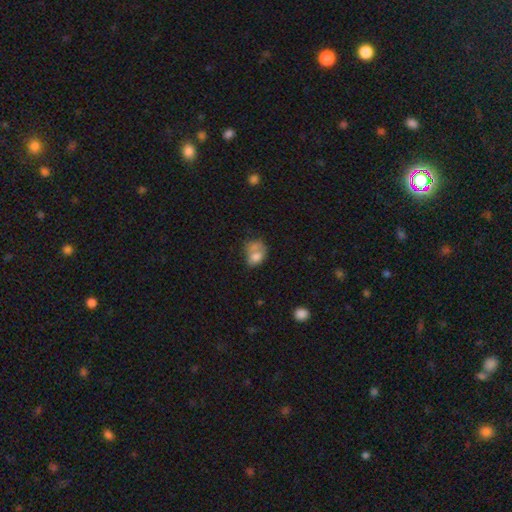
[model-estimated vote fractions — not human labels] Smooth or featured? smooth (70%)
How rounded? in between (69%)
Merging? merger (44%)